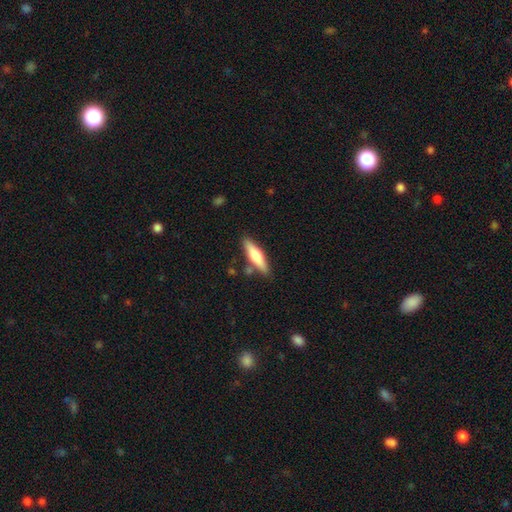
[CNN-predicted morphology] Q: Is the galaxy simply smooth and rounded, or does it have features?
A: smooth — 62%.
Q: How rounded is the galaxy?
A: cigar-shaped — 73%.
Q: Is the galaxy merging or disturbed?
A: none — 81%.